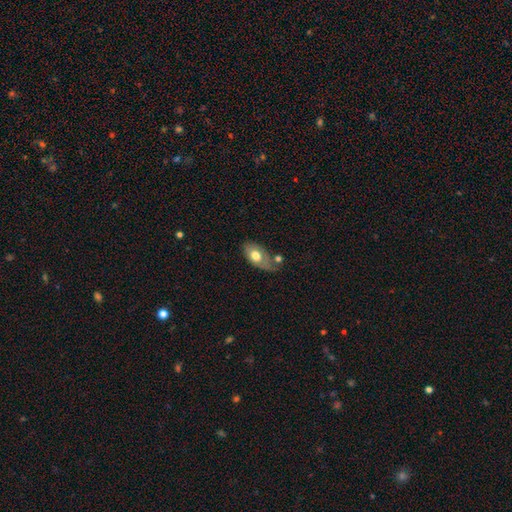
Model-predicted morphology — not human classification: Smooth or featured? smooth (65%)
How rounded? in between (90%)
Merging? none (48%)